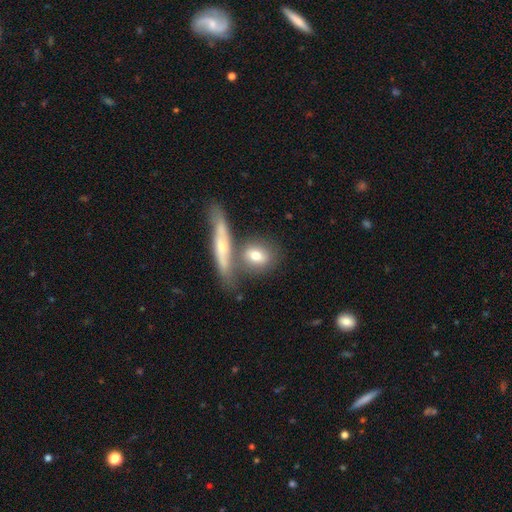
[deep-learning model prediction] smooth 69%, featured or disk 24%, star or artifact 7%. Down the decision tree: how rounded — in between (50%); merging — none (52%).